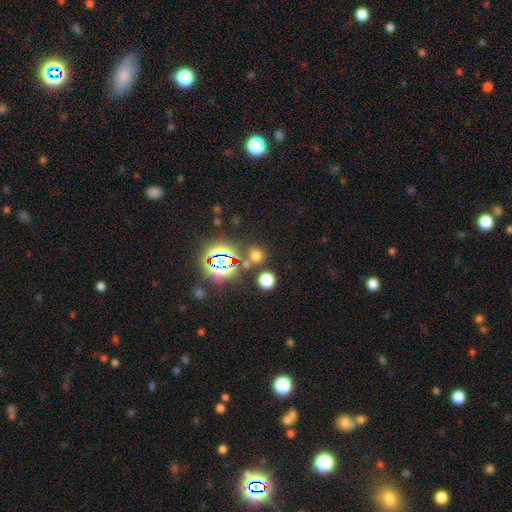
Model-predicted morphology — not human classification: This appears to be a smooth galaxy with no disk features (58%) that is round (82%). Merging: none (75%).